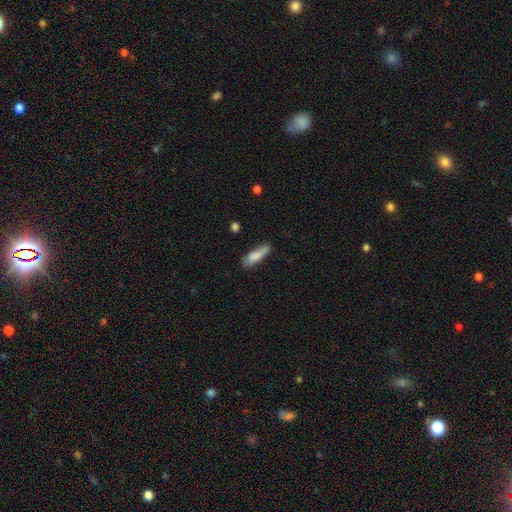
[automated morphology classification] This is likely a smooth galaxy (79%). How rounded: possibly cigar-shaped (60%). Merging: possibly none (57%).